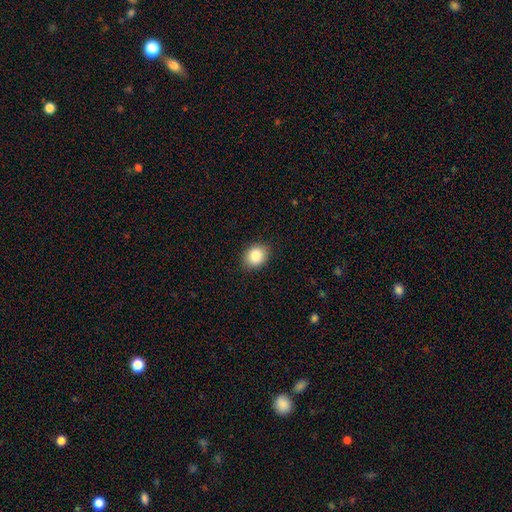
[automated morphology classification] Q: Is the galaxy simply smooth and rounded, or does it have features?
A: smooth — 87%.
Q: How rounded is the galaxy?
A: round — 52%.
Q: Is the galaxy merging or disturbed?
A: none — 88%.